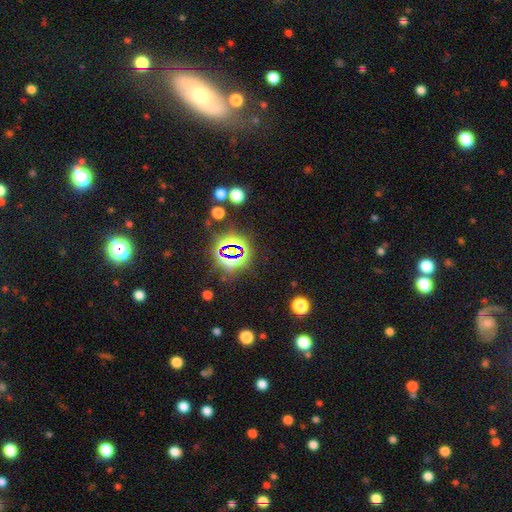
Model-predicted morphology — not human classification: Overall: star or artifact (70%).